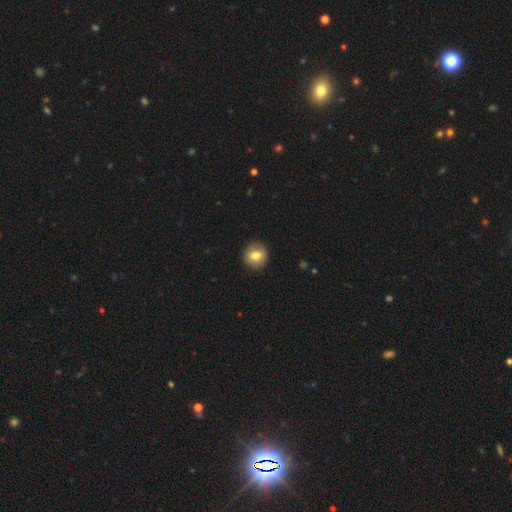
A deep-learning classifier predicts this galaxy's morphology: Smooth or featured: smooth — 77% (featured or disk — 14%)
How rounded: round — 91% (in between — 8%)
Merging: none — 91% (minor disturbance — 6%)